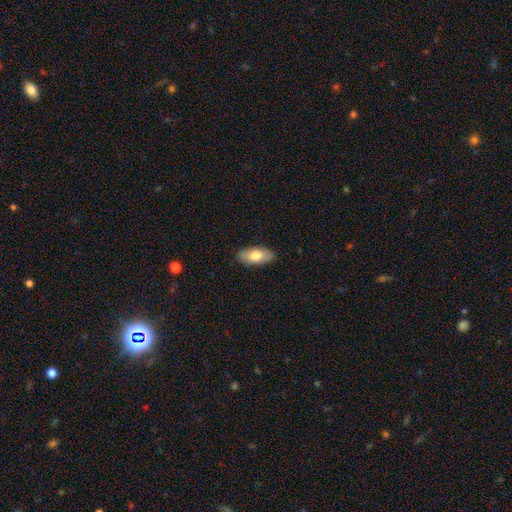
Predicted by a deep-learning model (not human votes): smooth-or-featured: smooth: 74% | featured or disk: 20% | star or artifact: 6%
  how-rounded: in between: 91% | cigar-shaped: 6% | round: 3%
  merging: none: 87% | minor disturbance: 10% | major disturbance: 2% | merger: 1%